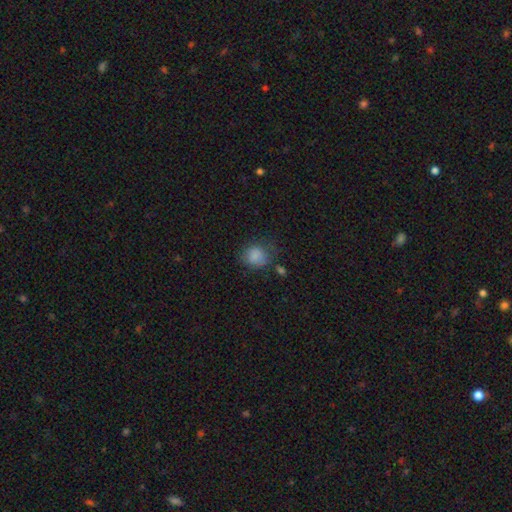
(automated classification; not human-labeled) Overall: smooth (84%). How rounded: round (73%). Merging: none (62%; minor disturbance 24%).